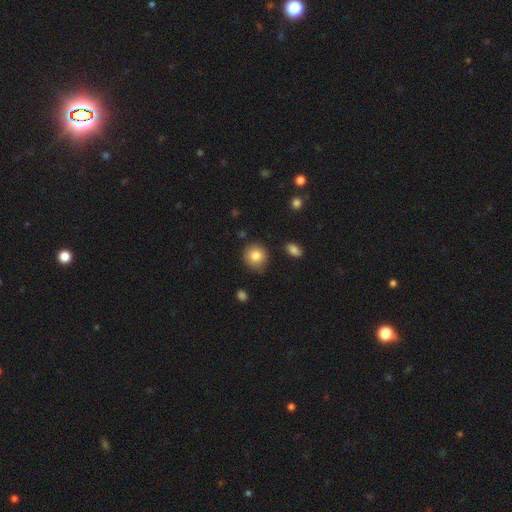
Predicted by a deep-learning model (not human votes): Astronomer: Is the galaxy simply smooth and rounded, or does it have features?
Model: smooth — 83%.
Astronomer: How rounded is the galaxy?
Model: round — 87%.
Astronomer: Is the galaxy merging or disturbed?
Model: none — 80%.